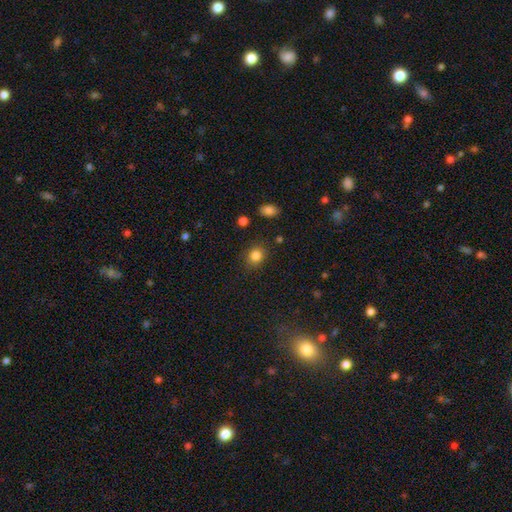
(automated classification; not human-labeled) smooth 83%, star or artifact 11%, featured or disk 5%. Down the decision tree: how rounded — round (68%); merging — none (86%).